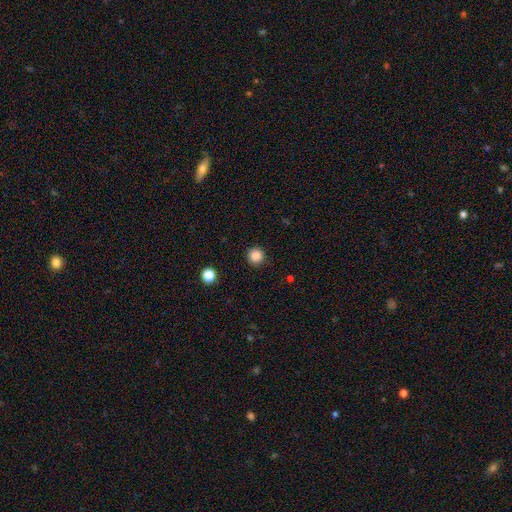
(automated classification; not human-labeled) Q: Smooth or featured?
A: smooth (86%); runner-up: star or artifact (11%)
Q: How rounded?
A: round (95%); runner-up: in between (4%)
Q: Merging?
A: none (91%); runner-up: minor disturbance (6%)